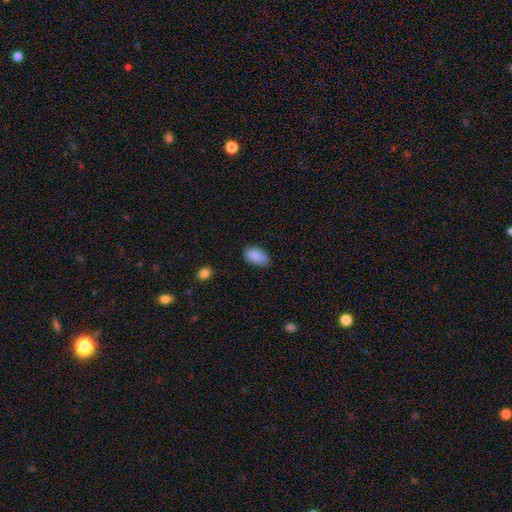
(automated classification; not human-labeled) Smooth or featured? Predicted: smooth (p=0.88). How rounded? Predicted: in between (p=0.93). Merging? Predicted: none (p=0.77).